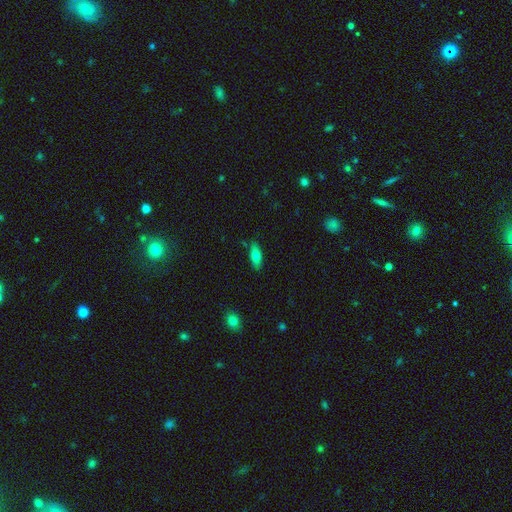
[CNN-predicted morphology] Smooth or featured: smooth — 71% (featured or disk — 22%)
How rounded: in between — 67% (cigar-shaped — 31%)
Merging: none — 82% (minor disturbance — 13%)